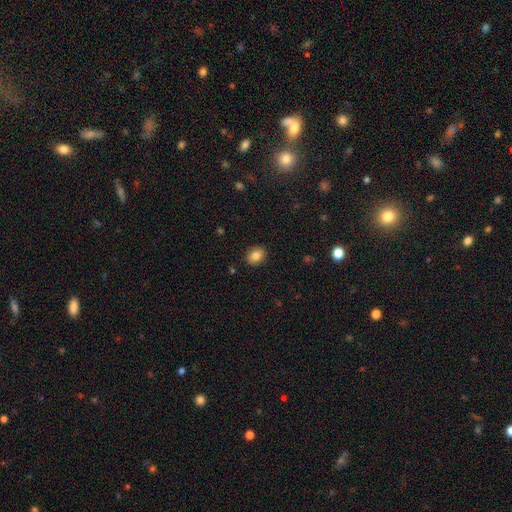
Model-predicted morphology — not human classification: A smooth galaxy with no disk features (83%) that is in between round and cigar-shaped (63%).

Vote fractions:
- Smooth or featured? smooth: 83% / star or artifact: 9% / featured or disk: 8%
- How rounded? in between: 63% / round: 36% / cigar-shaped: 1%
- Merging? none: 89% / minor disturbance: 8% / major disturbance: 2% / merger: 1%